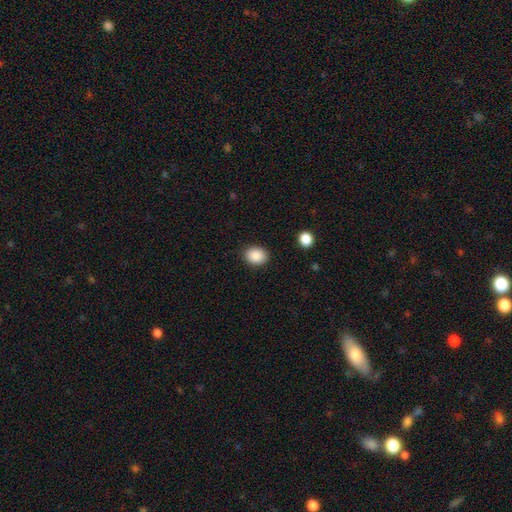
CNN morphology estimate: A smooth galaxy with no disk features (89%) that is in between round and cigar-shaped (54%).

Vote fractions:
- Smooth or featured? smooth: 89% / star or artifact: 8% / featured or disk: 3%
- How rounded? in between: 54% / round: 46% / cigar-shaped: 1%
- Merging? none: 89% / minor disturbance: 7% / major disturbance: 2% / merger: 1%